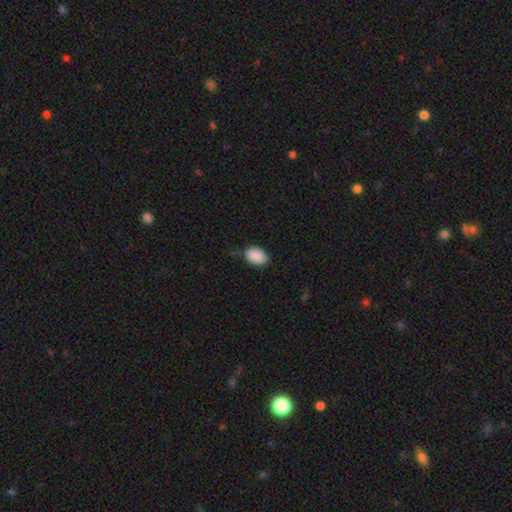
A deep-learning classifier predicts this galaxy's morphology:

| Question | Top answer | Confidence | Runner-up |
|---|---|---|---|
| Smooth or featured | smooth | 90% | star or artifact (7%) |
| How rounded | in between | 85% | round (14%) |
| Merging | none | 77% | minor disturbance (18%) |